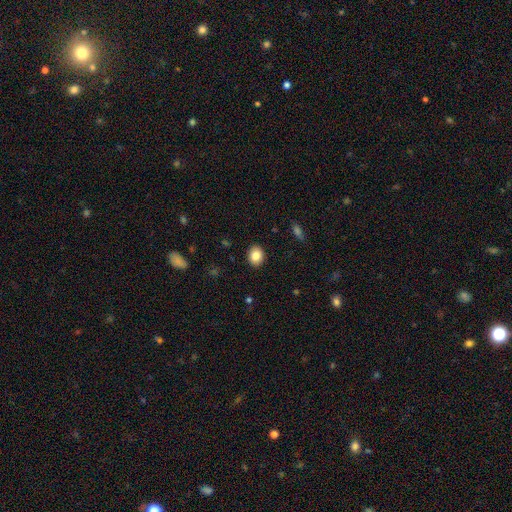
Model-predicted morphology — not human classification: smooth-or-featured: smooth: 84% | star or artifact: 9% | featured or disk: 7%
  how-rounded: in between: 52% | round: 47% | cigar-shaped: 1%
  merging: none: 90% | minor disturbance: 7% | major disturbance: 2% | merger: 1%